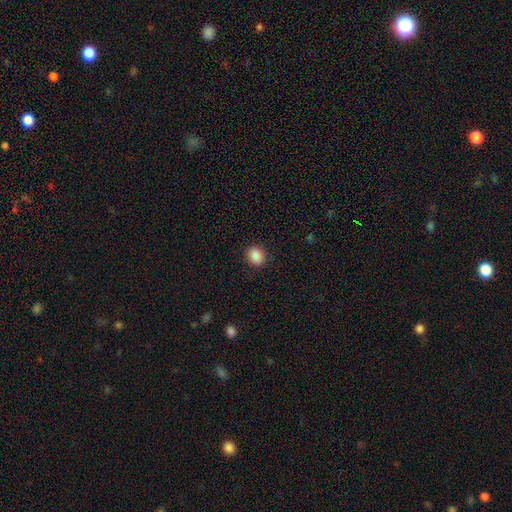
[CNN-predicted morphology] smooth_or_featured: smooth (p=0.88) [alt: star or artifact p=0.09]
how_rounded: round (p=0.67) [alt: in between p=0.32]
merging: none (p=0.89) [alt: minor disturbance p=0.08]